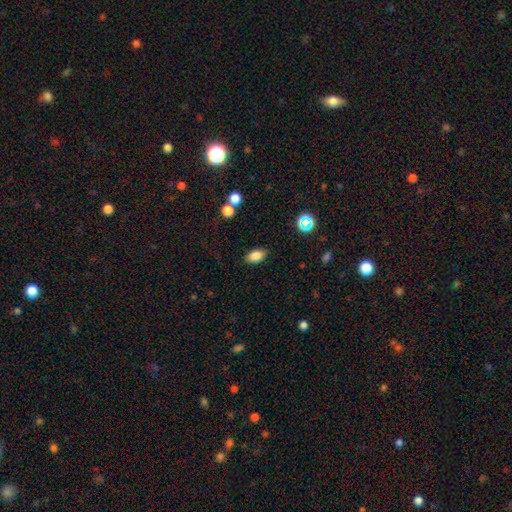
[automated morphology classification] Overall: smooth (83%). How rounded: in between (89%). Merging: none (85%).